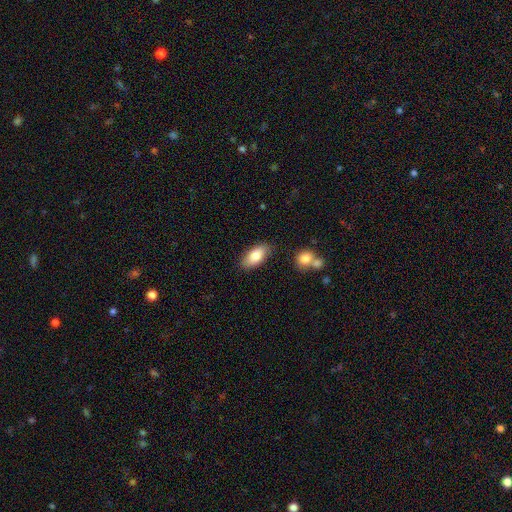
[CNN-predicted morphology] A smooth galaxy with no disk features (81%) that is in between round and cigar-shaped (89%).

Vote fractions:
- Smooth or featured? smooth: 81% / featured or disk: 13% / star or artifact: 7%
- How rounded? in between: 89% / cigar-shaped: 8% / round: 3%
- Merging? none: 83% / minor disturbance: 11% / merger: 3% / major disturbance: 3%